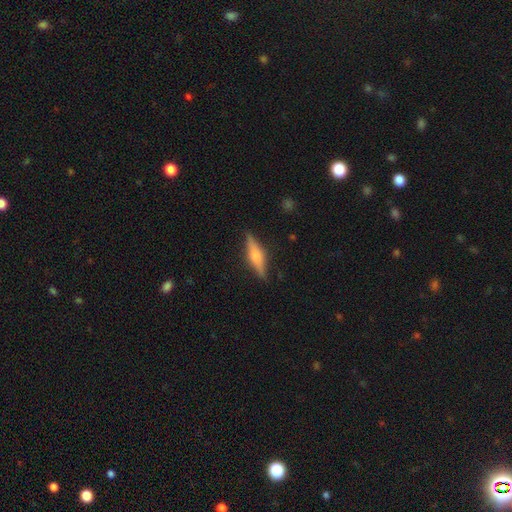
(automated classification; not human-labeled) Overall: featured or disk (54%; smooth 39%). Edge-on disk: yes (95%). Edge-on bulge: rounded (83%). Merging: none (86%).